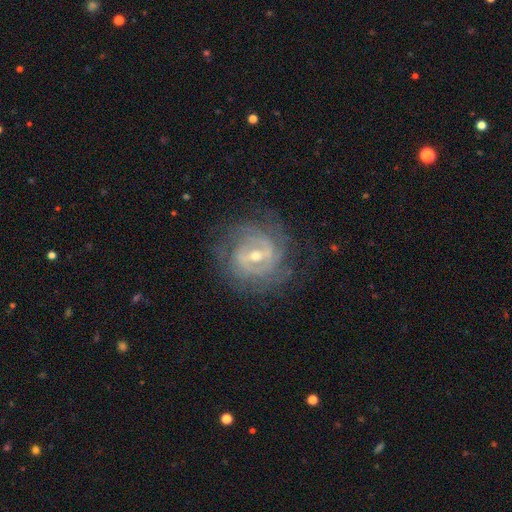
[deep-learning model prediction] Smooth or featured: featured or disk — 85% (smooth — 9%)
Edge-on disk: no — 96% (yes — 4%)
Bar: weak — 47% (strong — 36%)
Spiral arms: yes — 91% (no — 9%)
Spiral winding: tight — 65% (medium — 27%)
Spiral arm count: can't tell — 39% (2 — 27%)
Bulge size: moderate — 49% (small — 48%)
Merging: none — 76% (minor disturbance — 15%)